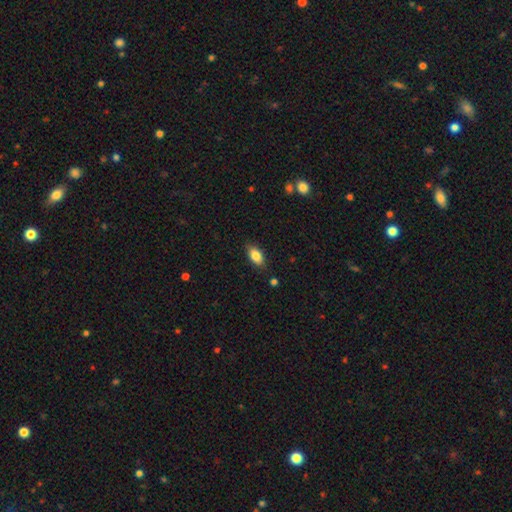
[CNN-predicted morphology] smooth-or-featured: smooth: 84% | featured or disk: 9% | star or artifact: 7%
  how-rounded: in between: 90% | round: 5% | cigar-shaped: 5%
  merging: none: 84% | minor disturbance: 12% | major disturbance: 2% | merger: 1%